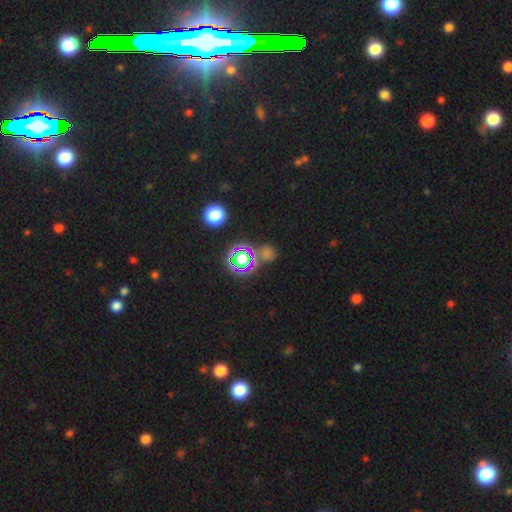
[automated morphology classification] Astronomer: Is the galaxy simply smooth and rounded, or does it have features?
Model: star or artifact — 75%.